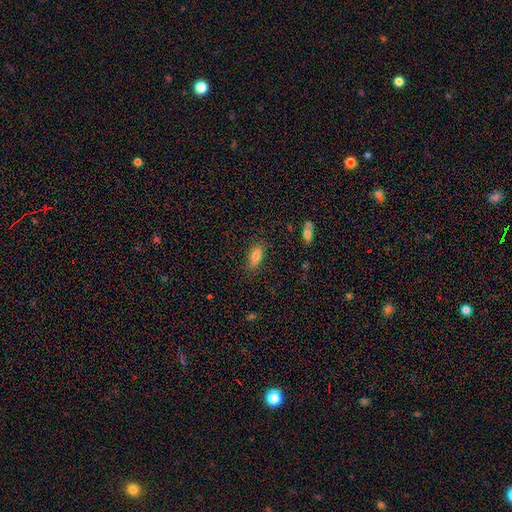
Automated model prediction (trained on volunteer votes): Overall: smooth (80%). How rounded: in between (81%). Merging: none (82%).